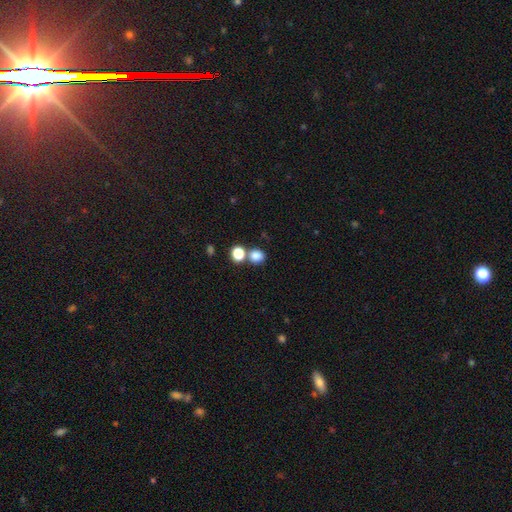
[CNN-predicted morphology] type=smooth (82%); roundness=round (74%); merging=none (62%).